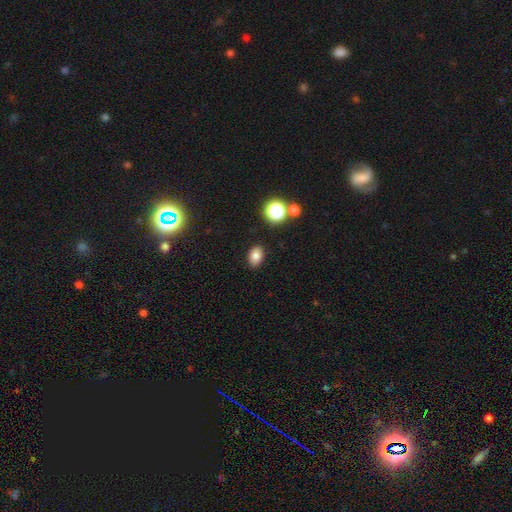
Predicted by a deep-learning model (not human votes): smooth 81%, star or artifact 12%, featured or disk 7%. Down the decision tree: how rounded — in between (81%); merging — none (86%).